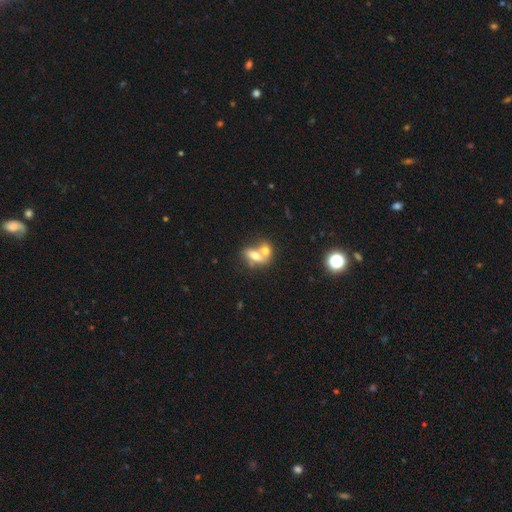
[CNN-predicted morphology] smooth-or-featured: smooth: 65% | featured or disk: 26% | star or artifact: 9%
  how-rounded: in between: 77% | round: 17% | cigar-shaped: 6%
  merging: merger: 68% | none: 21% | minor disturbance: 7% | major disturbance: 4%